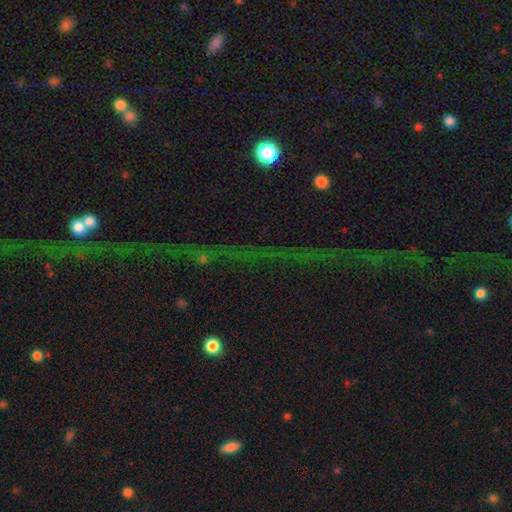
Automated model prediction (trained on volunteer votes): star or artifact 73%, featured or disk 15%, smooth 12%.